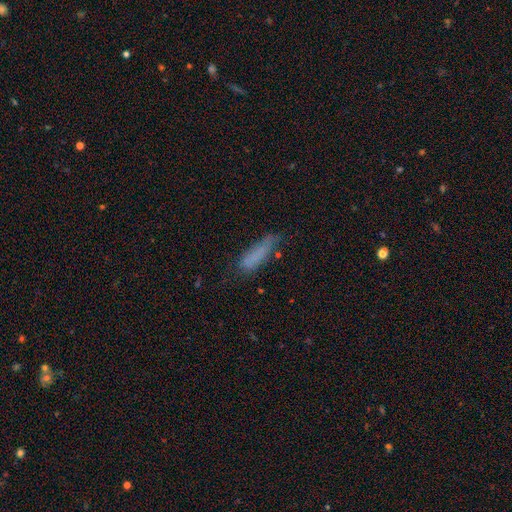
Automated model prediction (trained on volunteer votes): smooth-or-featured: smooth: 72% | featured or disk: 17% | star or artifact: 10%
  how-rounded: cigar-shaped: 67% | in between: 31% | round: 2%
  merging: none: 50% | minor disturbance: 31% | major disturbance: 15% | merger: 4%